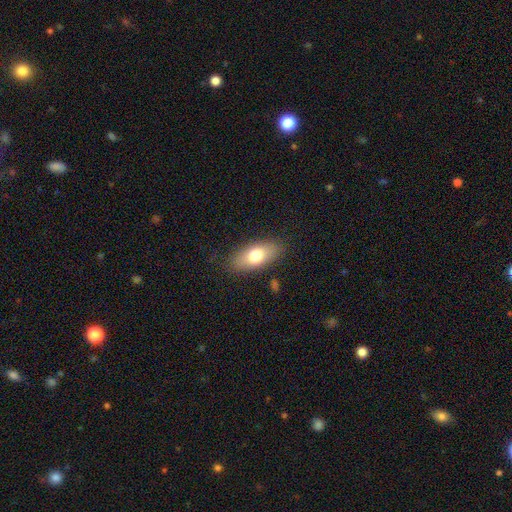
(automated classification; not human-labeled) This is likely a smooth galaxy (73%). How rounded: clearly in between (84%). Merging: clearly none (84%).